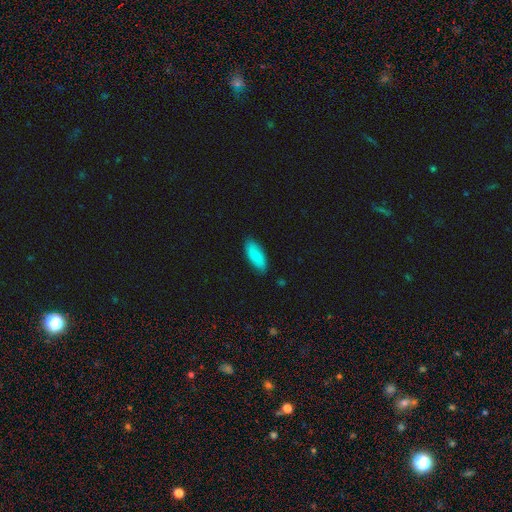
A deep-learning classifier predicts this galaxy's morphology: A smooth galaxy with no disk features (78%) that is in between round and cigar-shaped (82%). Merging: none (83%).